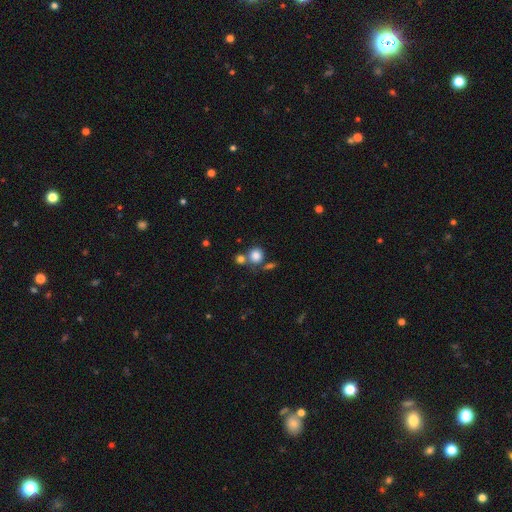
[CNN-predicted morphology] Q: Smooth or featured?
A: smooth (83%); runner-up: star or artifact (11%)
Q: How rounded?
A: round (84%); runner-up: in between (15%)
Q: Merging?
A: none (63%); runner-up: merger (22%)